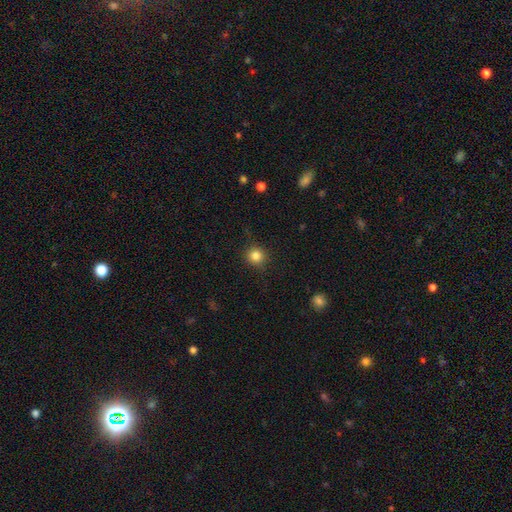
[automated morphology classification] Smooth or featured? Predicted: smooth (p=0.83). How rounded? Predicted: round (p=0.93). Merging? Predicted: none (p=0.89).